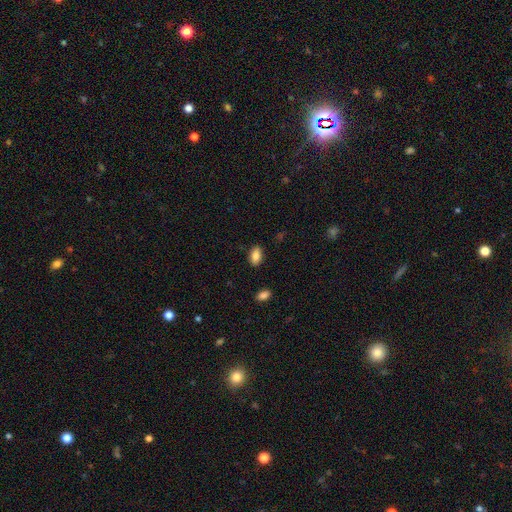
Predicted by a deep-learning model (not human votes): This is clearly a smooth galaxy (86%). How rounded: clearly in between (91%). Merging: clearly none (87%).